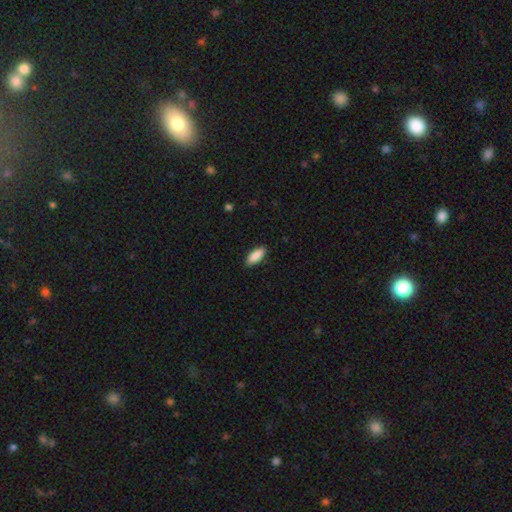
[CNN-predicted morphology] type=smooth (89%); roundness=in between (73%); merging=none (88%).